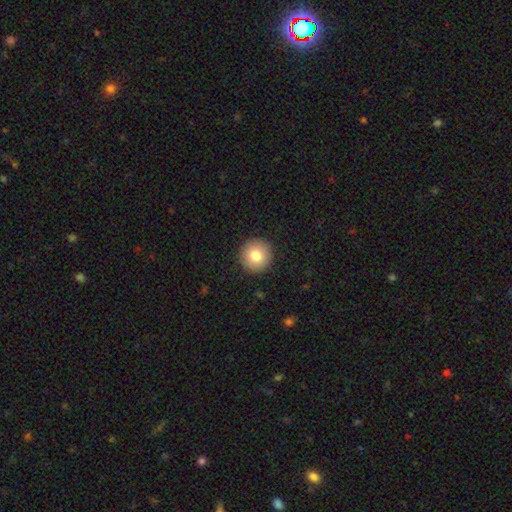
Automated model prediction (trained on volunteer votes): Q: Smooth or featured?
A: smooth (80%); runner-up: featured or disk (11%)
Q: How rounded?
A: round (96%); runner-up: in between (3%)
Q: Merging?
A: none (92%); runner-up: minor disturbance (5%)